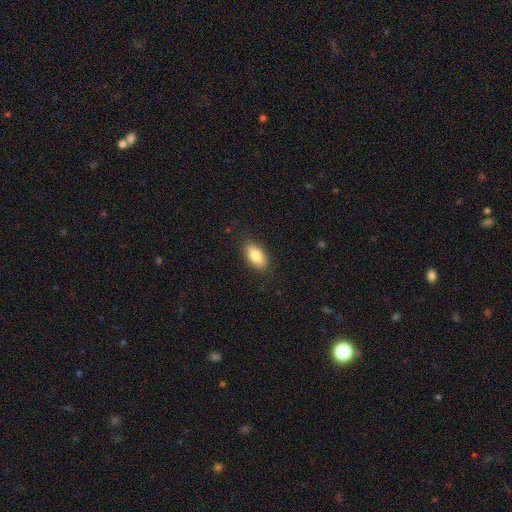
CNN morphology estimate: smooth_or_featured: smooth (p=0.83) [alt: featured or disk p=0.11]
how_rounded: in between (p=0.89) [alt: cigar-shaped p=0.07]
merging: none (p=0.87) [alt: minor disturbance p=0.10]